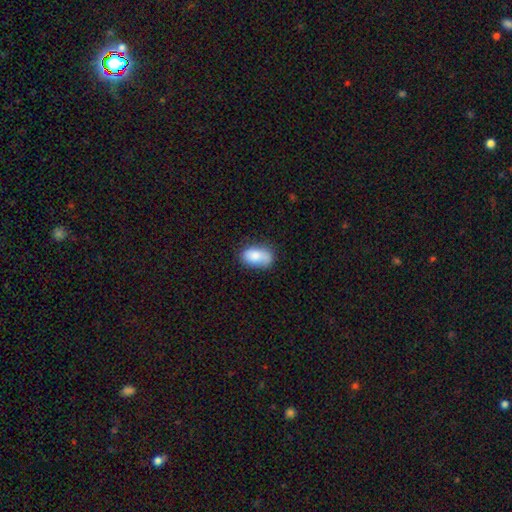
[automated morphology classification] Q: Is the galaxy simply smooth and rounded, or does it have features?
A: smooth — 81%.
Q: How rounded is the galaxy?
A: in between — 92%.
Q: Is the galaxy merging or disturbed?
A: none — 62%.